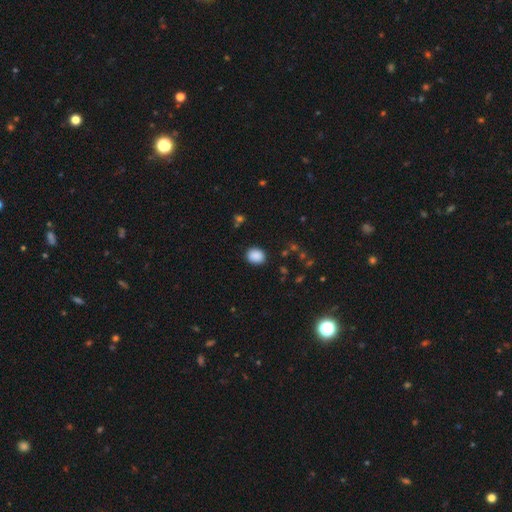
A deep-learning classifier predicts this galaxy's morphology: Smooth or featured? Predicted: smooth (p=0.88). How rounded? Predicted: round (p=0.54). Merging? Predicted: none (p=0.88).